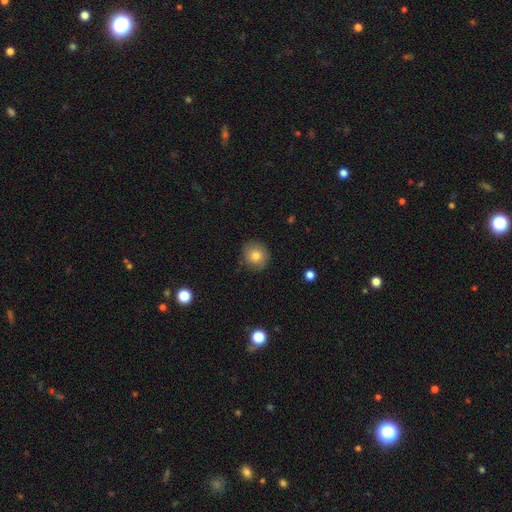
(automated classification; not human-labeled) Smooth or featured?
  - smooth: 79% *
  - featured or disk: 11%
  - star or artifact: 10%
How rounded?
  - round: 88% *
  - in between: 11%
  - cigar-shaped: 1%
Merging?
  - none: 86% *
  - minor disturbance: 10%
  - major disturbance: 2%
  - merger: 1%